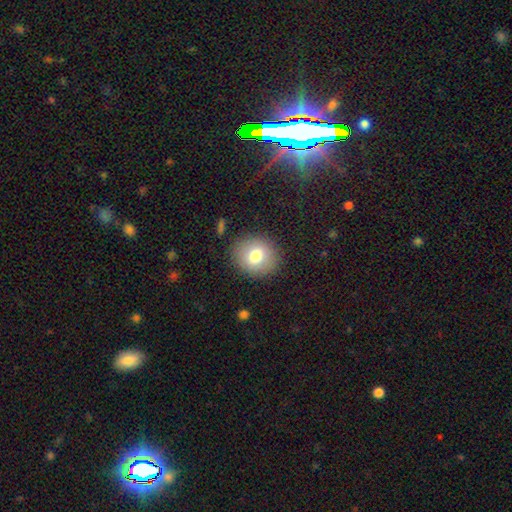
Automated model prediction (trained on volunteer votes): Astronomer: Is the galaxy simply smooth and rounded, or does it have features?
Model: smooth — 76%.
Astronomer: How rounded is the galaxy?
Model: round — 78%.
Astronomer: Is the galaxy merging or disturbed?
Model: none — 87%.